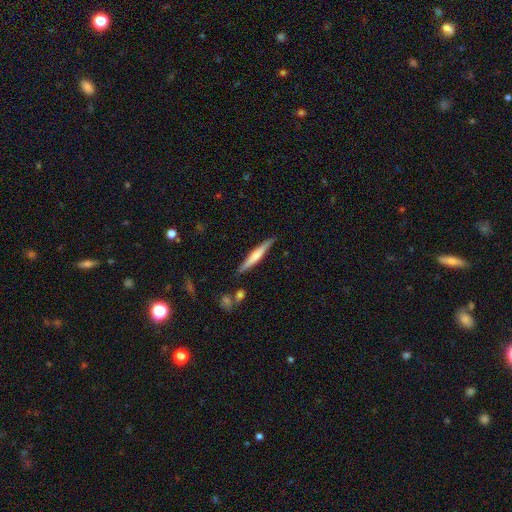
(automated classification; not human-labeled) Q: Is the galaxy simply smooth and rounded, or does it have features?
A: featured or disk — 49%.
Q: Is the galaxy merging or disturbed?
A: none — 85%.